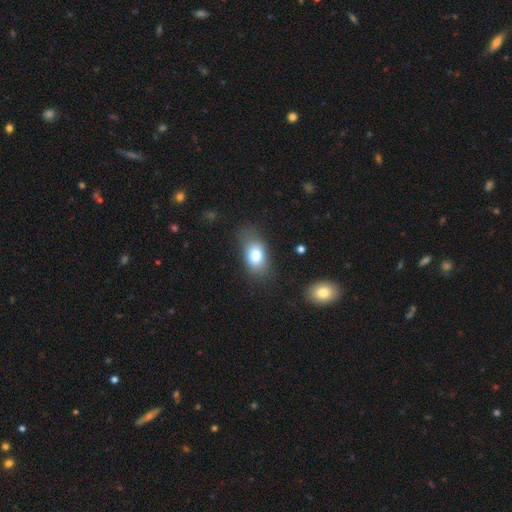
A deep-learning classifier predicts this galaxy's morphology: Smooth or featured?
  - smooth: 76% *
  - featured or disk: 14%
  - star or artifact: 10%
How rounded?
  - in between: 83% *
  - round: 15%
  - cigar-shaped: 2%
Merging?
  - none: 71% *
  - minor disturbance: 20%
  - major disturbance: 7%
  - merger: 2%